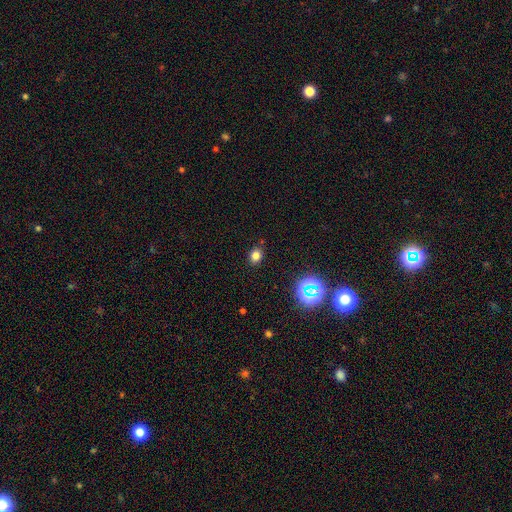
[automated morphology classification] smooth_or_featured: smooth (p=0.76) [alt: star or artifact p=0.18]
how_rounded: round (p=0.56) [alt: in between p=0.43]
merging: none (p=0.87) [alt: minor disturbance p=0.09]